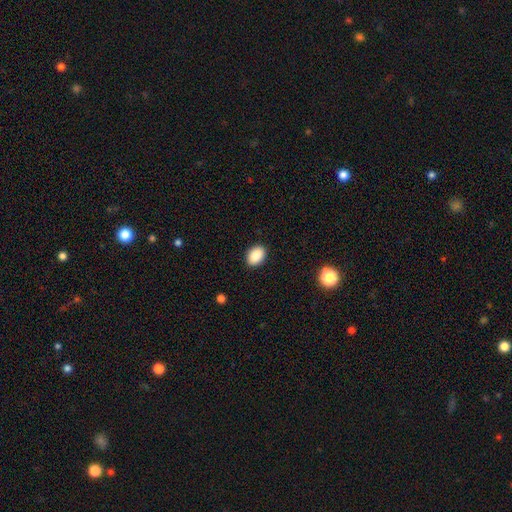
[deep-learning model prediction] Smooth or featured? smooth (89%)
How rounded? in between (82%)
Merging? none (89%)